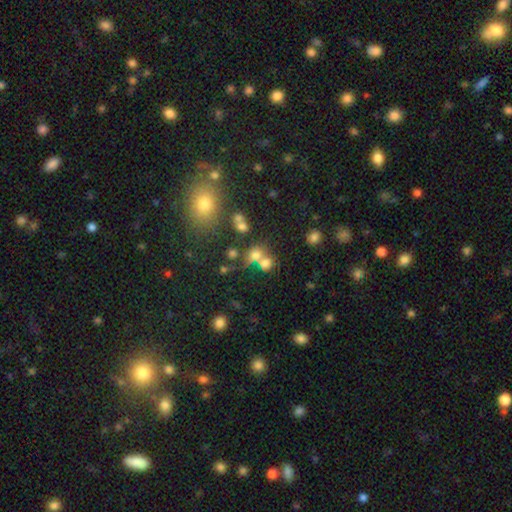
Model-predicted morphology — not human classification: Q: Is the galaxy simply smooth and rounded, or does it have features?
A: smooth — 67%.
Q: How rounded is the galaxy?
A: round — 71%.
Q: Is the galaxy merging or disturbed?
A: merger — 48%.